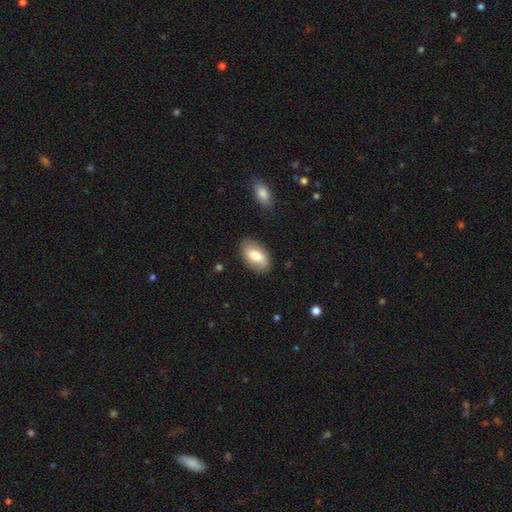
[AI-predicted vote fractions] Smooth or featured?
  - smooth: 69% *
  - featured or disk: 24%
  - star or artifact: 6%
How rounded?
  - in between: 93% *
  - round: 5%
  - cigar-shaped: 2%
Merging?
  - none: 83% *
  - minor disturbance: 12%
  - major disturbance: 3%
  - merger: 1%